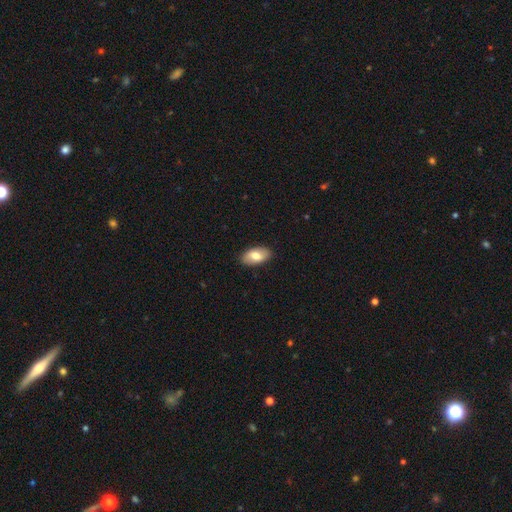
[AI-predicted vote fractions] Smooth or featured?
  - smooth: 74% *
  - featured or disk: 20%
  - star or artifact: 6%
How rounded?
  - in between: 94% *
  - round: 4%
  - cigar-shaped: 3%
Merging?
  - none: 88% *
  - minor disturbance: 9%
  - major disturbance: 2%
  - merger: 1%